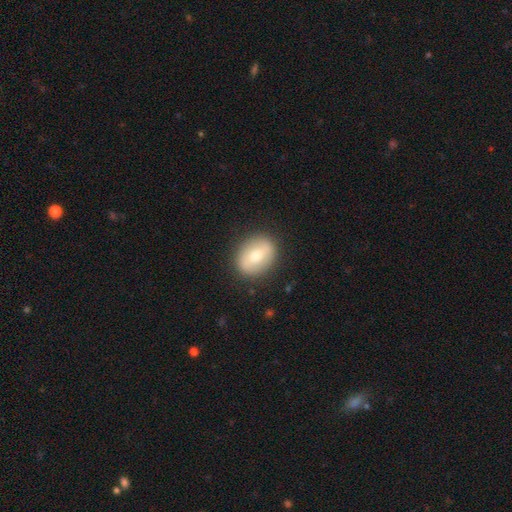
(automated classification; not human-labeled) Smooth or featured: smooth — 62% (featured or disk — 31%)
How rounded: in between — 61% (round — 38%)
Merging: none — 87% (minor disturbance — 9%)